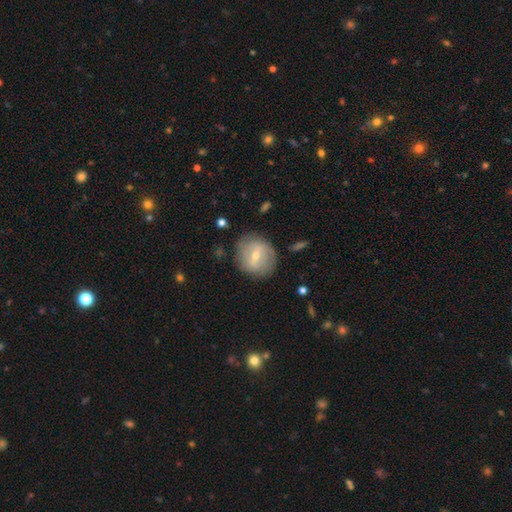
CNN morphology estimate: This is possibly a featured or disk galaxy (49%). Merging: likely none (79%).